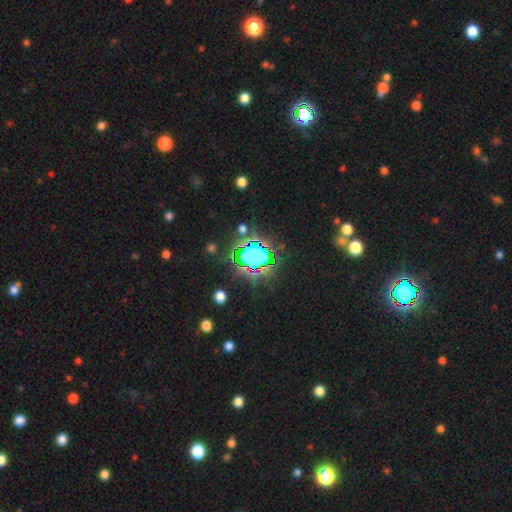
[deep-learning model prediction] Smooth or featured? Predicted: star or artifact (p=0.64).